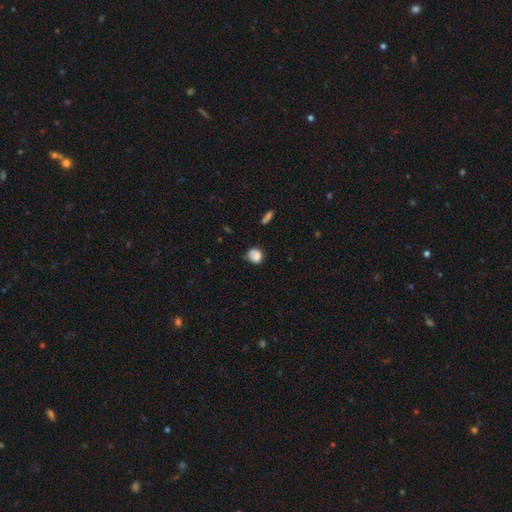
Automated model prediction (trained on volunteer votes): Q: Smooth or featured?
A: smooth (82%); runner-up: star or artifact (9%)
Q: How rounded?
A: round (78%); runner-up: in between (21%)
Q: Merging?
A: none (62%); runner-up: minor disturbance (28%)